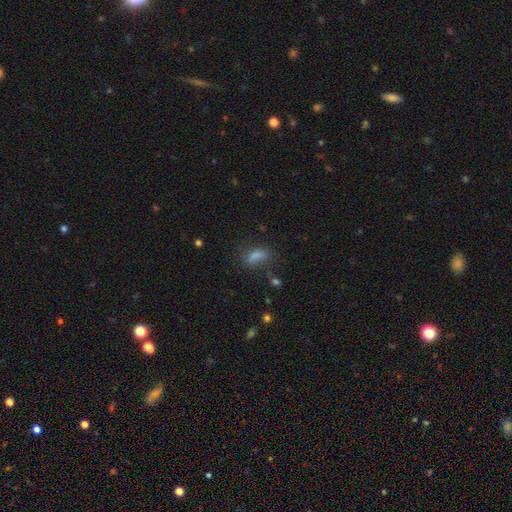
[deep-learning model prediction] Smooth or featured: smooth — 70% (star or artifact — 18%)
How rounded: in between — 72% (cigar-shaped — 19%)
Merging: none — 63% (minor disturbance — 20%)